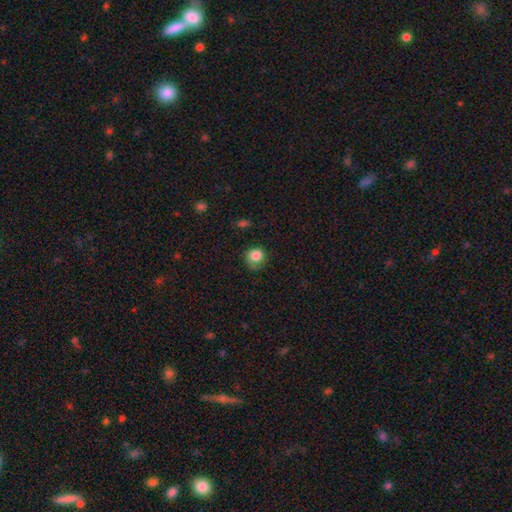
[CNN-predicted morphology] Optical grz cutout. It shows a smooth galaxy with no disk features (84%) that is round (80%). Merging: none (60%).